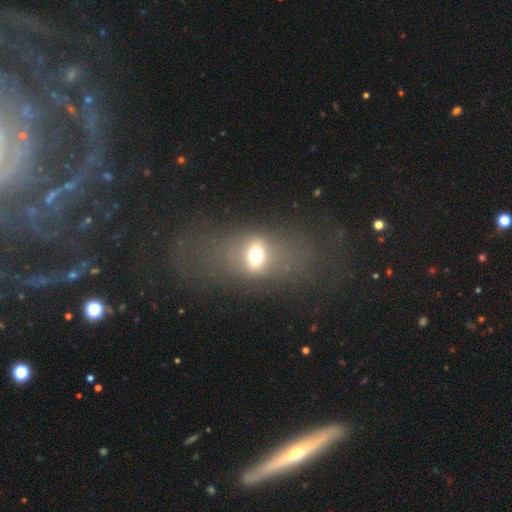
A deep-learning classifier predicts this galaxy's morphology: smooth 53%, featured or disk 28%, star or artifact 19%. Down the decision tree: how rounded — in between (65%); merging — none (62%).